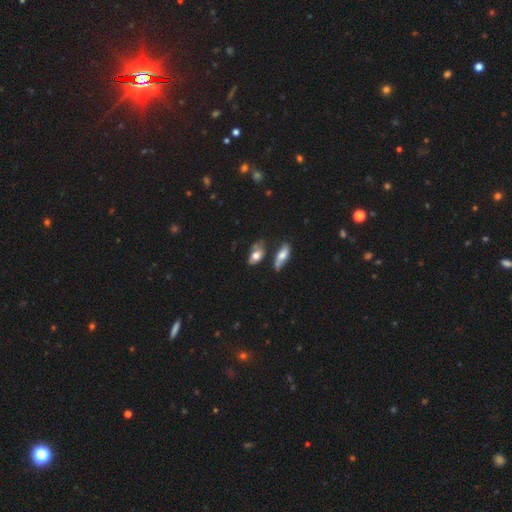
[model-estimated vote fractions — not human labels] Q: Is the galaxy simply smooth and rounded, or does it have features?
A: smooth — 68%.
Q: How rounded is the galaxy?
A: in between — 86%.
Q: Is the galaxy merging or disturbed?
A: none — 44%.